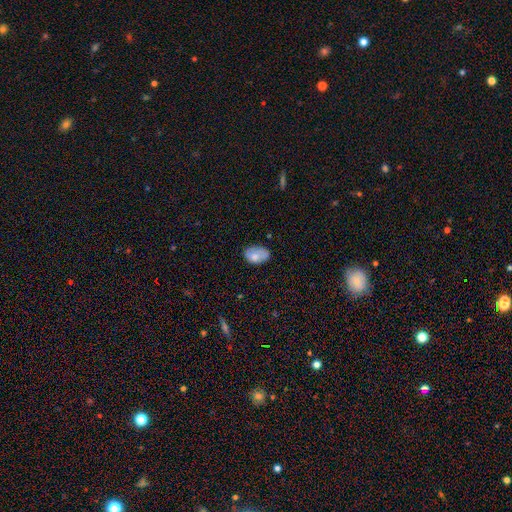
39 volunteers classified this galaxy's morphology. This is clearly a smooth galaxy (87%). How rounded: clearly in between (91%). Merging: likely none (66%).